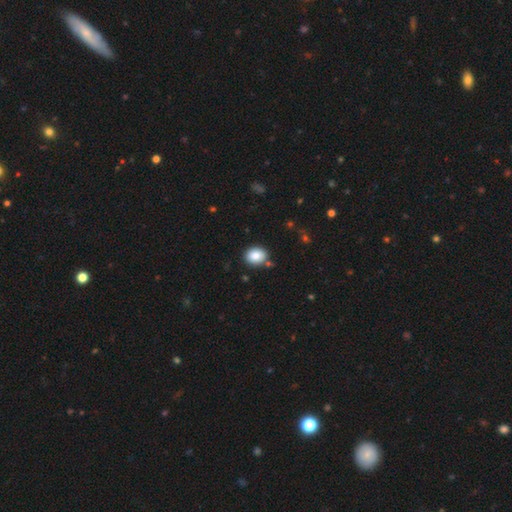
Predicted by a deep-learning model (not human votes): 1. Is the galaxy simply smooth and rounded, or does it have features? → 85% smooth, 8% star or artifact, 6% featured or disk.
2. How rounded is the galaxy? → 54% round, 45% in between, 1% cigar-shaped.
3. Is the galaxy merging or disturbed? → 83% none, 10% minor disturbance, 5% merger, 2% major disturbance.